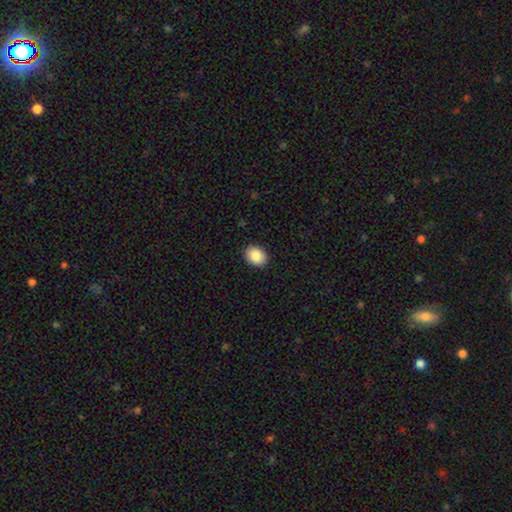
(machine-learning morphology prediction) A smooth galaxy with no disk features (88%) that is in between round and cigar-shaped (59%).

Vote fractions:
- Smooth or featured? smooth: 88% / star or artifact: 7% / featured or disk: 4%
- How rounded? in between: 59% / round: 40% / cigar-shaped: 1%
- Merging? none: 91% / minor disturbance: 6% / major disturbance: 2% / merger: 1%